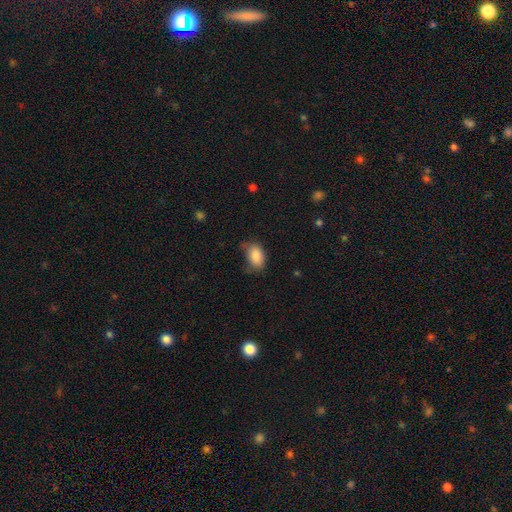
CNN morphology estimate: Smooth or featured? smooth (86%)
How rounded? in between (88%)
Merging? none (59%)